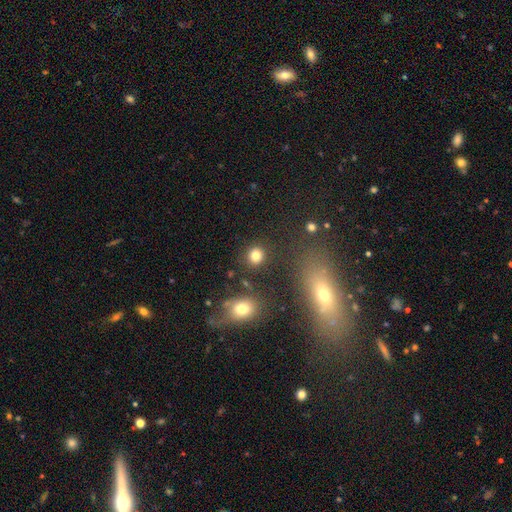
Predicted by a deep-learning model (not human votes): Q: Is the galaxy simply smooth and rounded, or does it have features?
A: smooth — 82%.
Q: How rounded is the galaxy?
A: round — 84%.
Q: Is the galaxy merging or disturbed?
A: none — 86%.